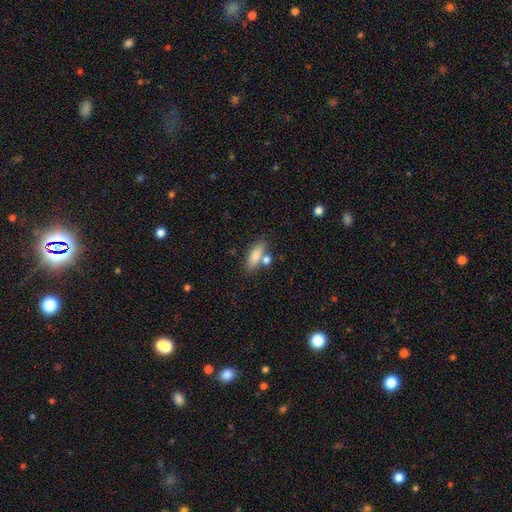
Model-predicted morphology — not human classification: smooth-or-featured: smooth: 81% | featured or disk: 11% | star or artifact: 7%
  how-rounded: in between: 65% | cigar-shaped: 31% | round: 4%
  merging: none: 62% | merger: 21% | minor disturbance: 13% | major disturbance: 4%